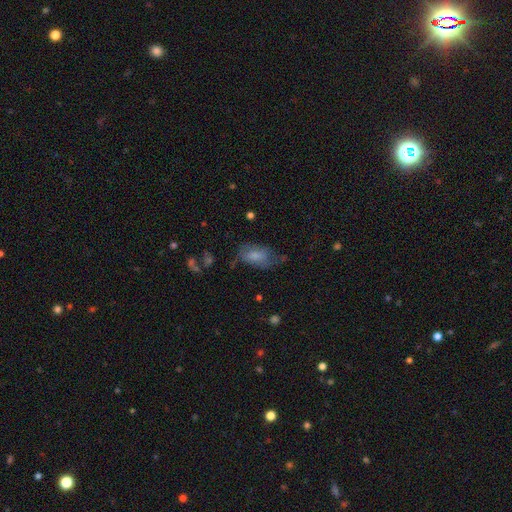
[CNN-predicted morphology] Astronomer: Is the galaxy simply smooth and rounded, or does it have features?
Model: smooth — 69%.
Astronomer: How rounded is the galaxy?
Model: in between — 90%.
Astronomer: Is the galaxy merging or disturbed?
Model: none — 45% (runner-up: minor disturbance, 31%).